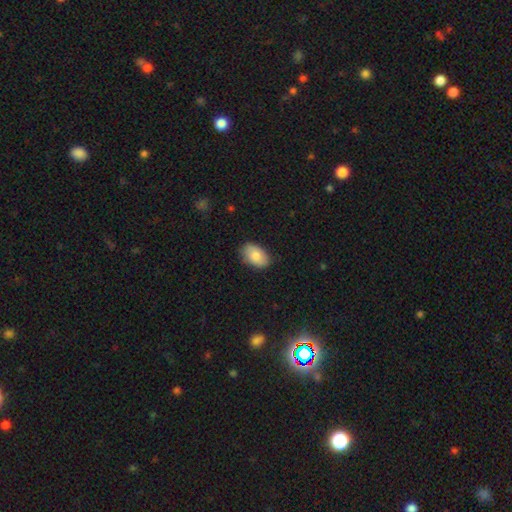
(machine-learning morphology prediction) smooth_or_featured: smooth (p=0.82) [alt: featured or disk p=0.12]
how_rounded: in between (p=0.91) [alt: round p=0.07]
merging: none (p=0.84) [alt: minor disturbance p=0.13]